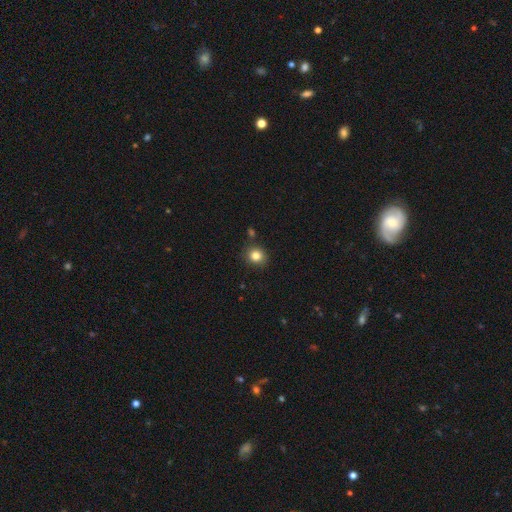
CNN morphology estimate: A smooth galaxy with no disk features (82%) that is round (79%). Merging: none (85%).